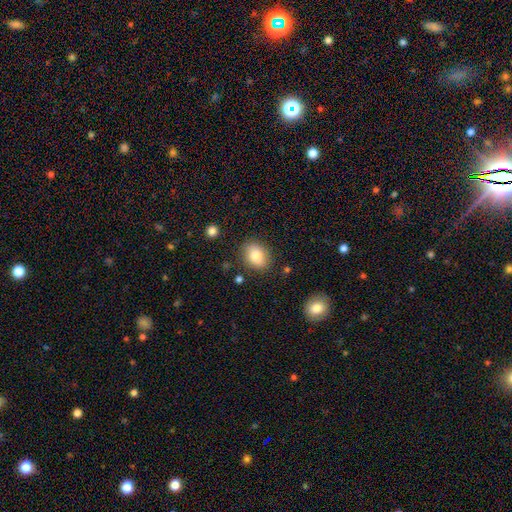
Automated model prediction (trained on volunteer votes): The model was most divided on "how rounded": in between: 65%, round: 34%, cigar-shaped: 1%. More confident: merging — none (83%); smooth or featured — smooth (83%).